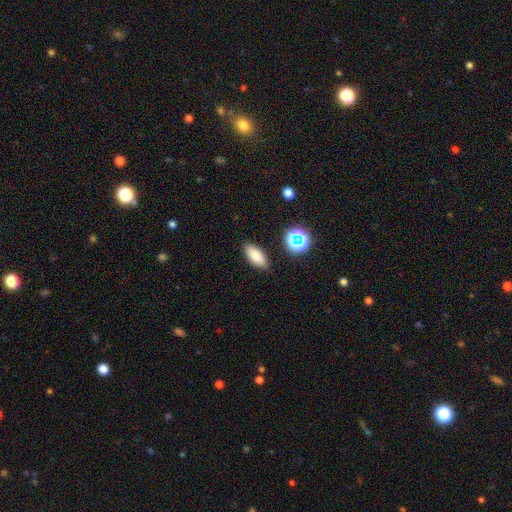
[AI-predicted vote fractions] smooth_or_featured: smooth (p=0.82) [alt: star or artifact p=0.11]
how_rounded: in between (p=0.83) [alt: cigar-shaped p=0.13]
merging: none (p=0.87) [alt: minor disturbance p=0.09]